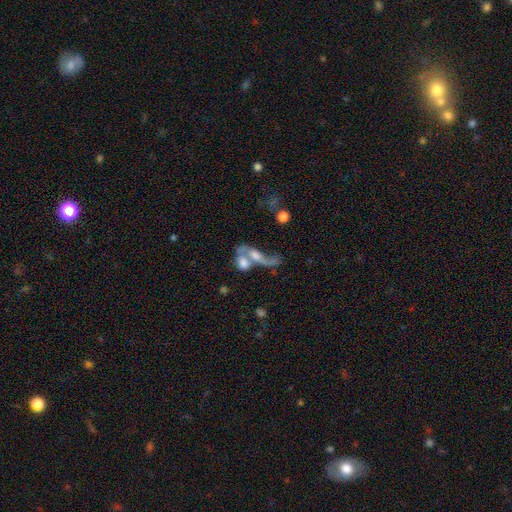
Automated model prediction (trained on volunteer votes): smooth_or_featured: featured or disk (p=0.52) [alt: smooth p=0.37]
disk_edge_on: no (p=0.91) [alt: yes p=0.09]
merging: merger (p=0.66) [alt: major disturbance p=0.16]